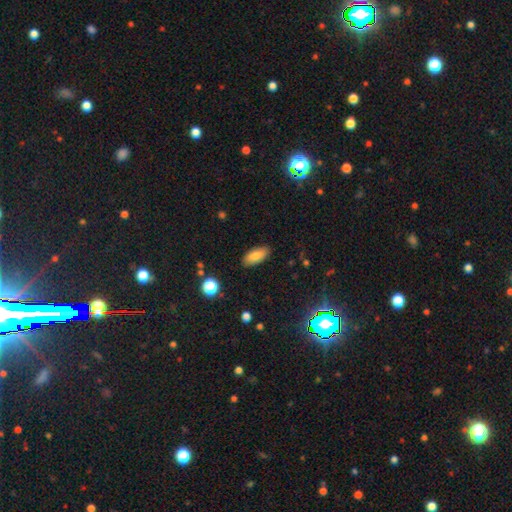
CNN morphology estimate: type=smooth (82%); roundness=in between (85%); merging=none (88%).